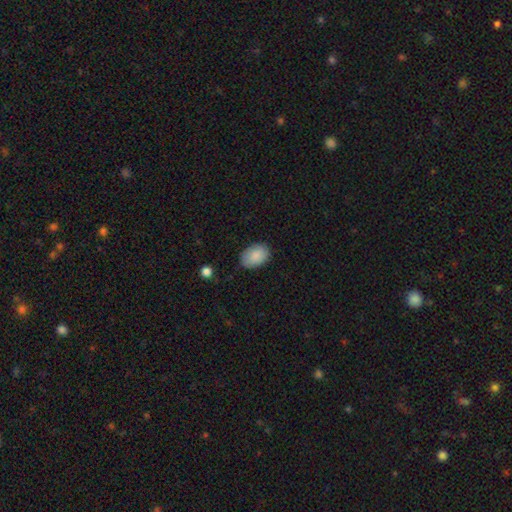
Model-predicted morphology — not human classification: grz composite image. It shows a smooth galaxy with no disk features (87%) that is in between round and cigar-shaped (85%). Merging: none (82%).